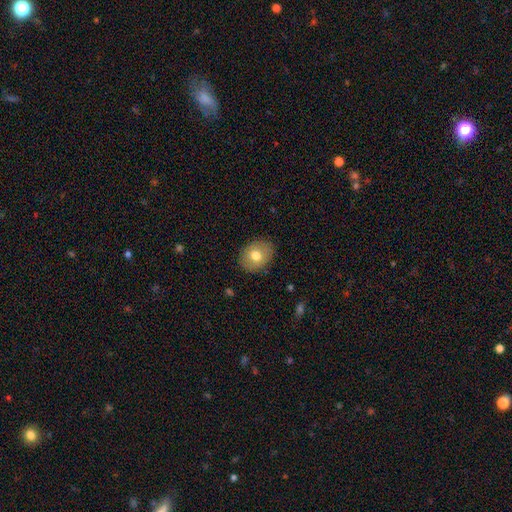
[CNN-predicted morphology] smooth_or_featured: smooth (p=0.72) [alt: featured or disk p=0.20]
how_rounded: in between (p=0.59) [alt: round p=0.40]
merging: none (p=0.86) [alt: minor disturbance p=0.10]